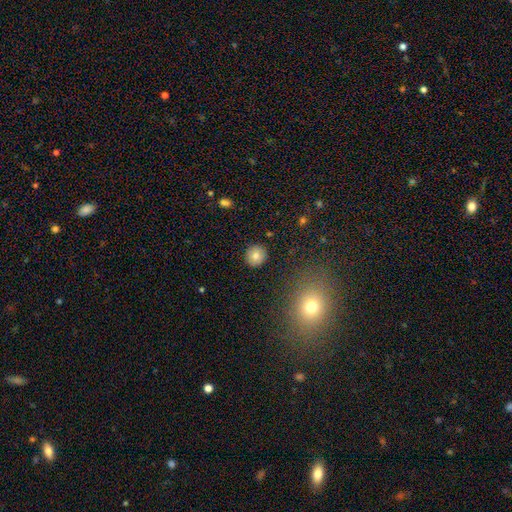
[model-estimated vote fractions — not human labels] Smooth or featured?
  - smooth: 78% *
  - featured or disk: 11%
  - star or artifact: 10%
How rounded?
  - round: 89% *
  - in between: 10%
  - cigar-shaped: 1%
Merging?
  - none: 91% *
  - minor disturbance: 6%
  - major disturbance: 2%
  - merger: 1%